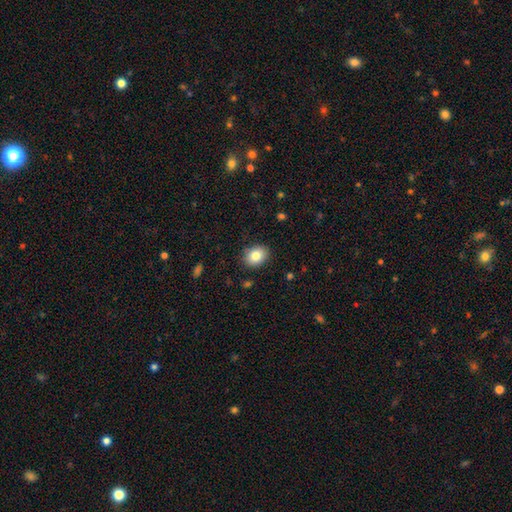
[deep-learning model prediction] Smooth or featured: smooth — 83% (featured or disk — 9%)
How rounded: in between — 64% (round — 35%)
Merging: none — 87% (minor disturbance — 9%)